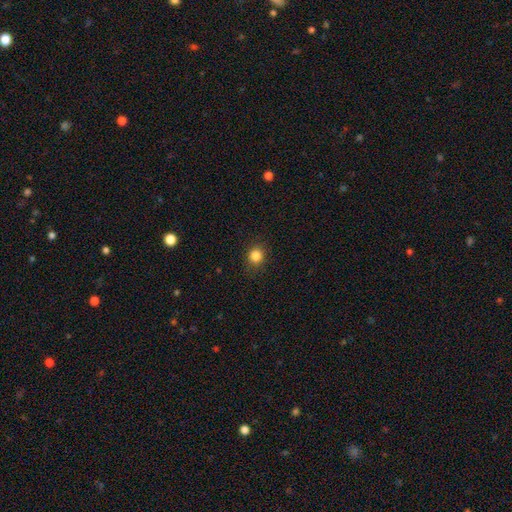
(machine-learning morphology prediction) smooth 84%, star or artifact 12%, featured or disk 4%. Down the decision tree: how rounded — round (83%); merging — none (89%).